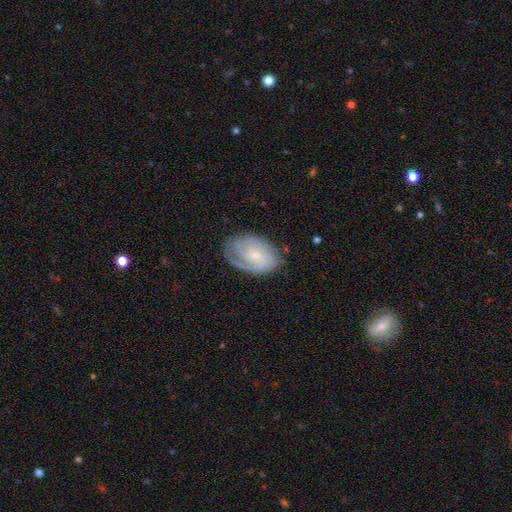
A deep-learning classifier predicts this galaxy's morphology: The model was most divided on "spiral arm count": can't tell: 35%, 2: 30%, 3: 17%, 1: 7%, 4: 6%, more than 4: 4%. More confident: edge-on disk — no (96%); spiral arms — yes (92%); smooth or featured — featured or disk (77%); bulge size — small (73%); bar — no (71%); merging — none (71%); spiral winding — tight (60%).